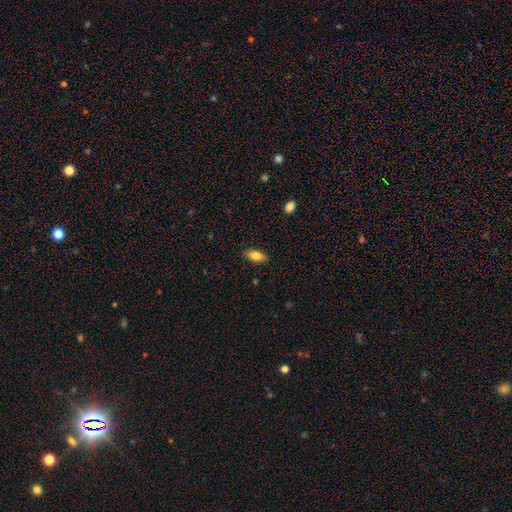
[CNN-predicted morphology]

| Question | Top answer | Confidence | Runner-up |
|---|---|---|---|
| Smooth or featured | smooth | 83% | featured or disk (10%) |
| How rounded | in between | 86% | cigar-shaped (11%) |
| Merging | none | 88% | minor disturbance (9%) |